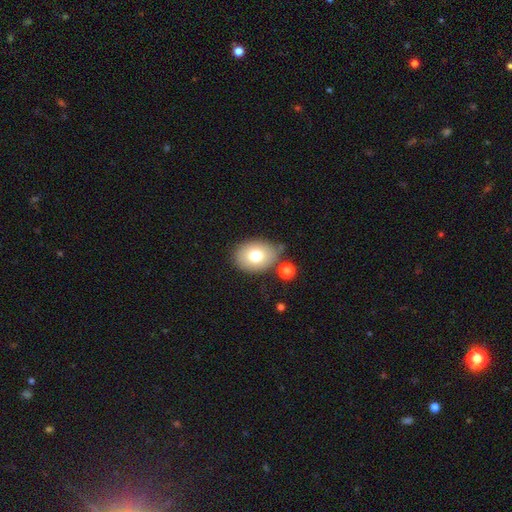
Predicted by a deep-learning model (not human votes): Smooth or featured? Predicted: smooth (p=0.76). How rounded? Predicted: in between (p=0.66). Merging? Predicted: none (p=0.72).